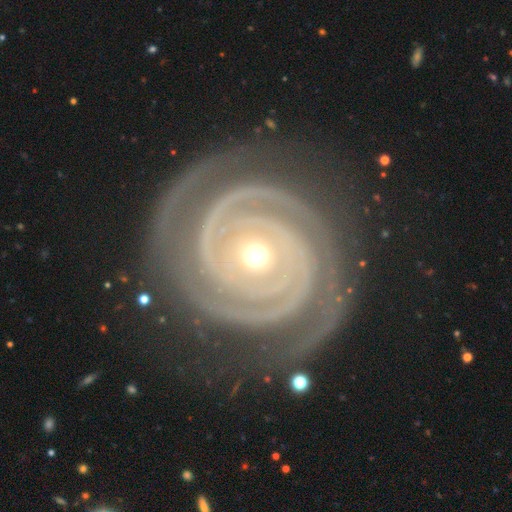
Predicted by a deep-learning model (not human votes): Morphology: type=featured or disk (93%); edge-on=no (97%); bar=no (68%); spiral arms=yes (99%); winding=tight (89%); arm count=2 (75%); bulge=moderate (49%); merging=none (81%).